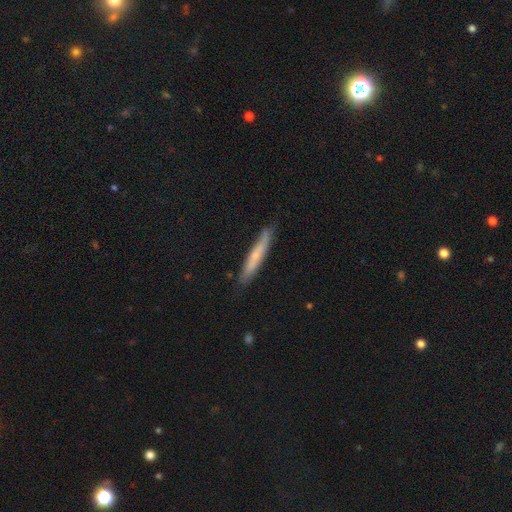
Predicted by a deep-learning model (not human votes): This is possibly a smooth galaxy (53%). How rounded: clearly cigar-shaped (94%). Merging: clearly none (83%).